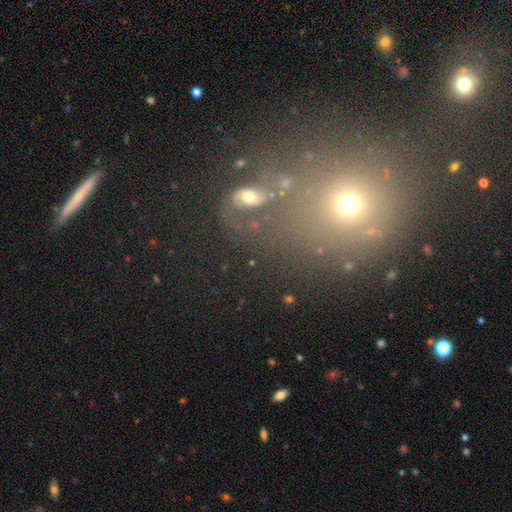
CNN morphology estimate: Smooth or featured?
  - smooth: 42% * (tied)
  - star or artifact: 42% * (tied)
  - featured or disk: 16%
Merging?
  - none: 60% *
  - merger: 20%
  - minor disturbance: 12%
  - major disturbance: 8%